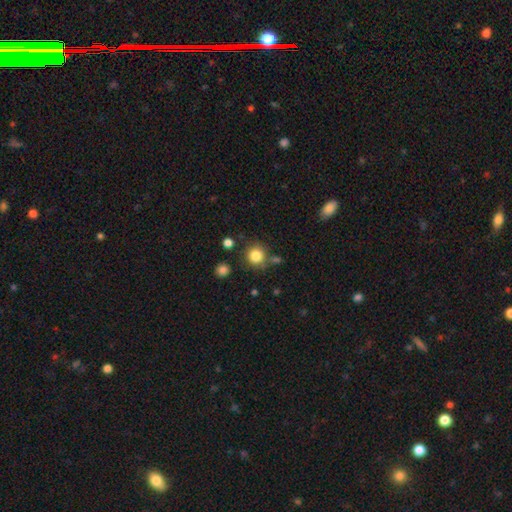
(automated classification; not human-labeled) This is clearly a smooth galaxy (84%). How rounded: clearly round (91%). Merging: likely none (78%).